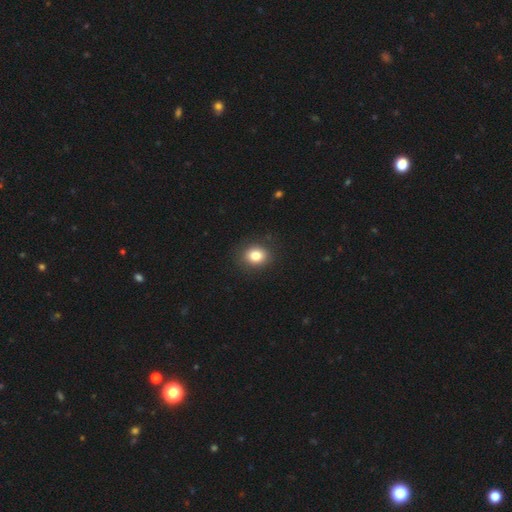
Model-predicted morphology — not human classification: Overall: smooth (84%). How rounded: round (63%; in between 36%). Merging: none (88%).